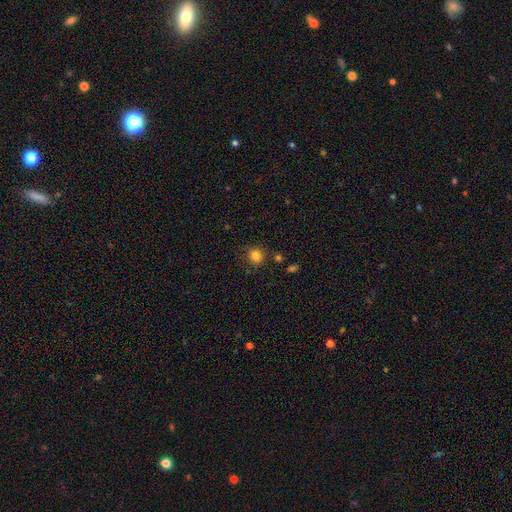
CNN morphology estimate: Smooth or featured? smooth (83%)
How rounded? round (84%)
Merging? none (83%)